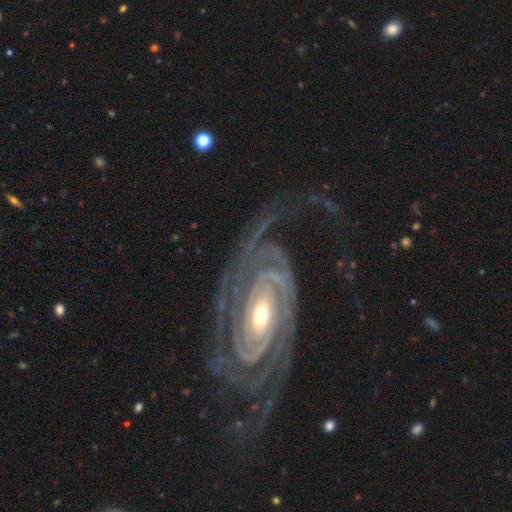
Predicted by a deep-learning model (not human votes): A featured or disk galaxy (93%) with no bar (36%), 2 (52%) tight (65%) spiral arms (98%) and a moderate central bulge (52%).

Vote fractions:
- Smooth or featured? featured or disk: 93% / star or artifact: 4% / smooth: 3%
- Edge-on disk? no: 96% / yes: 4%
- Bar? no: 36% / weak: 33% / strong: 32%
- Spiral arms? yes: 98% / no: 2%
- Spiral winding? tight: 65% / medium: 28% / loose: 7%
- Spiral arm count? 2: 52% / 3: 16% / can't tell: 11% / 4: 8% / more than 4: 6% / 1: 6%
- Bulge size? moderate: 52% / small: 42% / large: 5% / dominant: 1% / none: 1%
- Merging? none: 70% / minor disturbance: 14% / major disturbance: 14% / merger: 2%